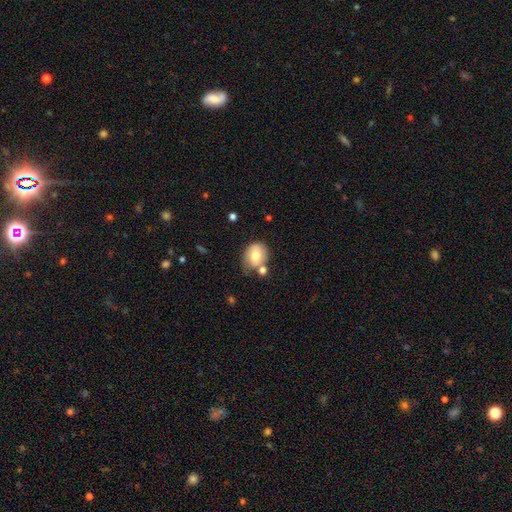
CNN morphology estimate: This is likely a smooth galaxy (70%). How rounded: likely round (61%). Merging: possibly none (51%).